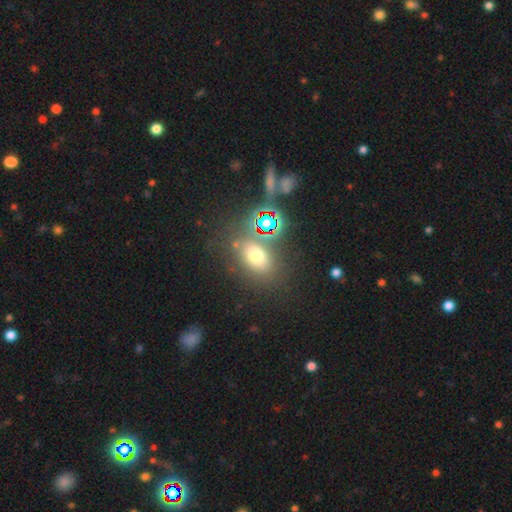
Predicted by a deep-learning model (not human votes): The model was most divided on "how rounded": in between: 66%, round: 31%, cigar-shaped: 3%. More confident: merging — none (73%); smooth or featured — smooth (61%).